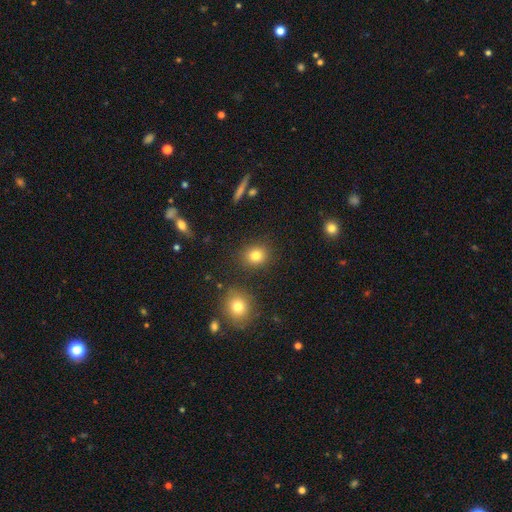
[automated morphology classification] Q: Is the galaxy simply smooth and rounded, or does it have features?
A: smooth — 81%.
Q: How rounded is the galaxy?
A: round — 77%.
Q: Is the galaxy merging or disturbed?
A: none — 87%.